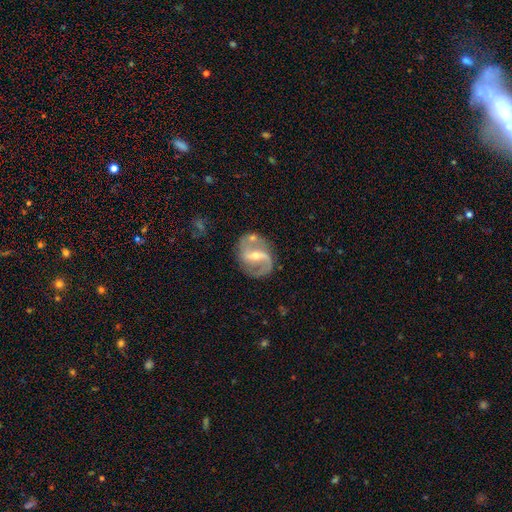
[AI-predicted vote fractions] This is clearly a featured or disk galaxy (87%). It is clearly not viewed edge-on (97%). Bar: possibly strong (49%). Spiral arm pattern: clearly yes (93%). Spiral arm count: clearly 2 (89%). Spiral winding: possibly medium (50%). Central bulge: possibly small (51%). Merging: likely none (74%).